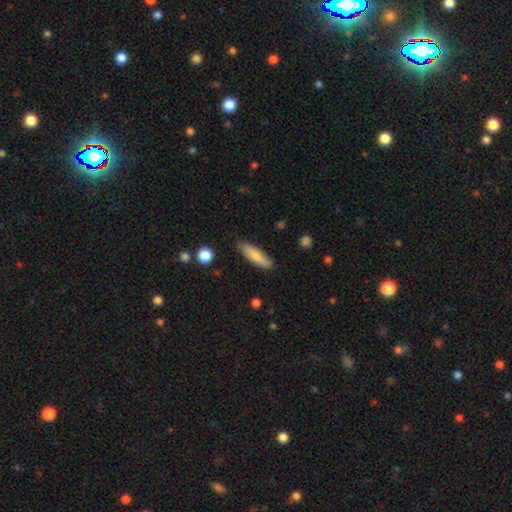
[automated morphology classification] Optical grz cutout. It shows a smooth galaxy with no disk features (79%) that is cigar-shaped (65%). Merging: none (81%).